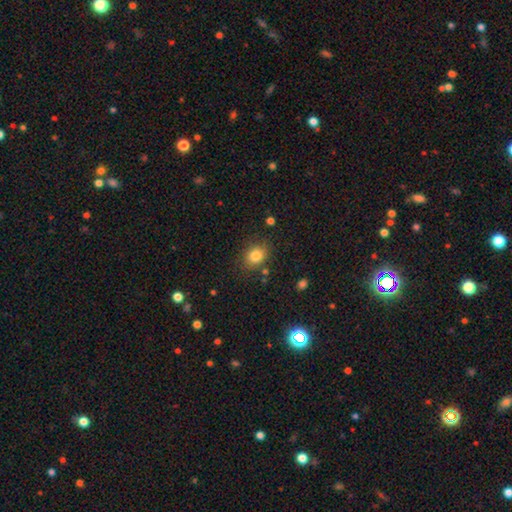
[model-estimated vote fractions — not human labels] smooth 82%, star or artifact 10%, featured or disk 7%. Down the decision tree: how rounded — in between (54%); merging — none (81%).